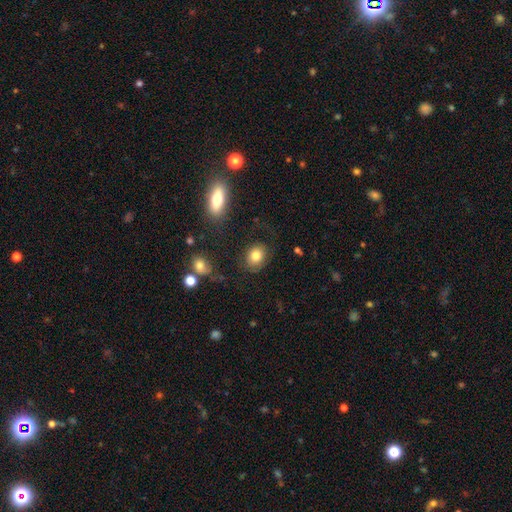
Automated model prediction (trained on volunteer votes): smooth-or-featured: smooth: 81% | featured or disk: 10% | star or artifact: 9%
  how-rounded: in between: 51% | round: 48% | cigar-shaped: 1%
  merging: none: 78% | minor disturbance: 14% | major disturbance: 6% | merger: 3%